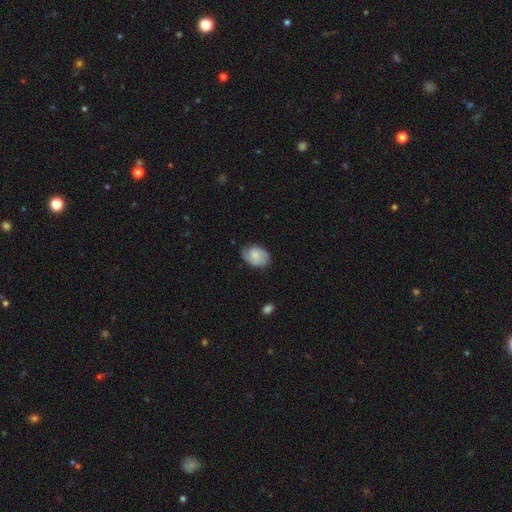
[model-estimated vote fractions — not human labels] Smooth or featured? smooth (52%)
How rounded? in between (73%)
Merging? none (69%)